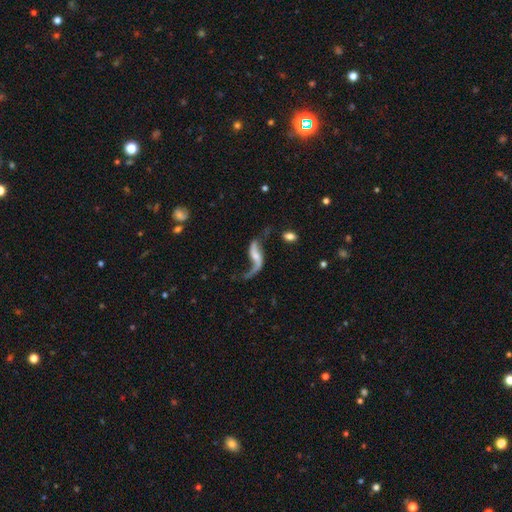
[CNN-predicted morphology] A featured or disk galaxy (83%) with no bar (43%), 2 (80%) loose (93%) spiral arms (92%) and a small central bulge (47%).

Vote fractions:
- Smooth or featured? featured or disk: 83% / smooth: 10% / star or artifact: 7%
- Edge-on disk? no: 92% / yes: 8%
- Bar? no: 43% / weak: 35% / strong: 22%
- Spiral arms? yes: 92% / no: 8%
- Spiral winding? loose: 93% / medium: 5% / tight: 2%
- Spiral arm count? 2: 80% / 1: 16% / can't tell: 2% / 3: 1% / 4: 1% / more than 4: 1%
- Bulge size? small: 47% / moderate: 28% / none: 19% / large: 4% / dominant: 2%
- Merging? none: 45% / major disturbance: 28% / minor disturbance: 19% / merger: 8%